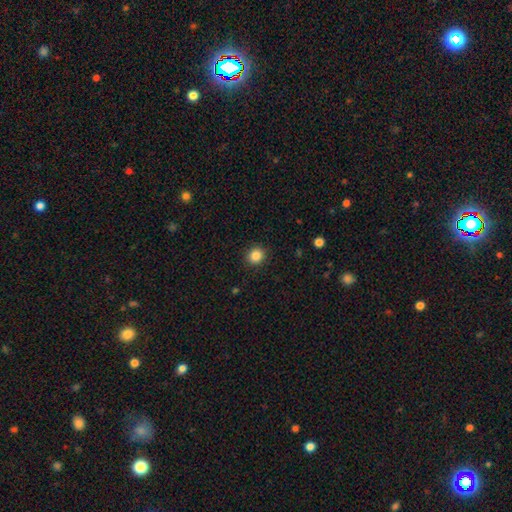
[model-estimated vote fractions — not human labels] Smooth or featured? Predicted: smooth (p=0.85). How rounded? Predicted: round (p=0.84). Merging? Predicted: none (p=0.91).